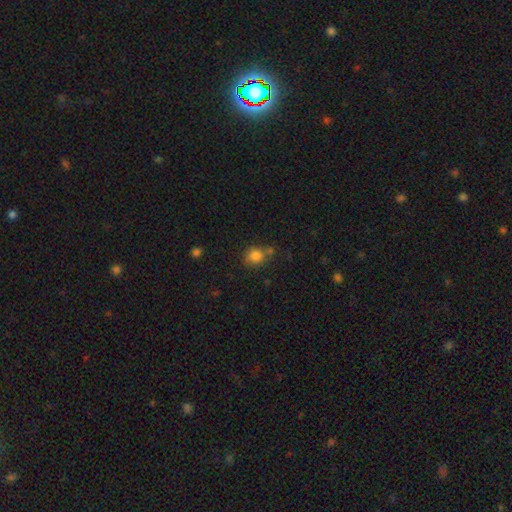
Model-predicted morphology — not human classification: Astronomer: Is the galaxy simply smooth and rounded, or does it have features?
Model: smooth — 83%.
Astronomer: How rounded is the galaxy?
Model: round — 79%.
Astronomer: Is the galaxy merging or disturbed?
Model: none — 61%.